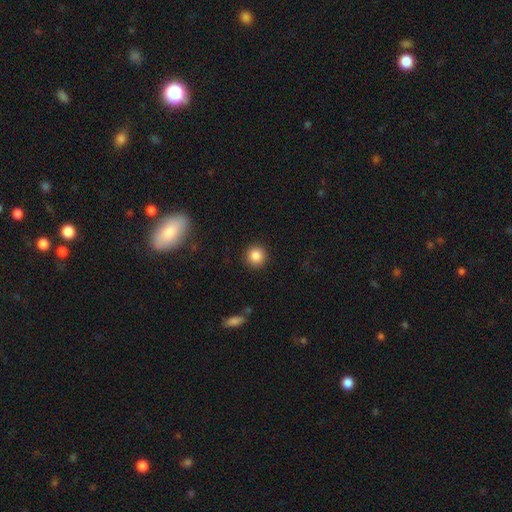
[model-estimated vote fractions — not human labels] A smooth galaxy with no disk features (85%) that is round (94%). Merging: none (92%).